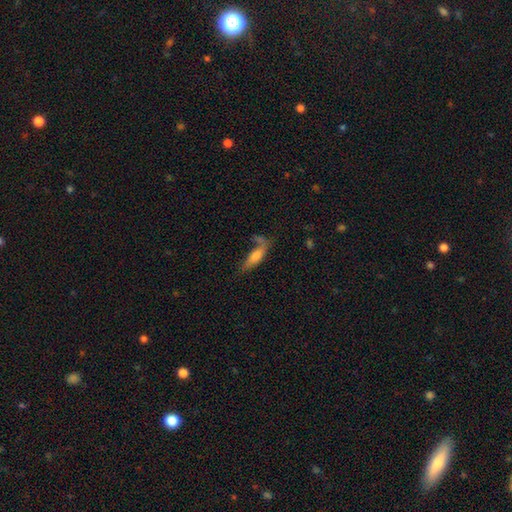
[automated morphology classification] Smooth or featured: smooth — 56% (featured or disk — 34%)
How rounded: cigar-shaped — 60% (in between — 37%)
Merging: none — 51% (minor disturbance — 22%)